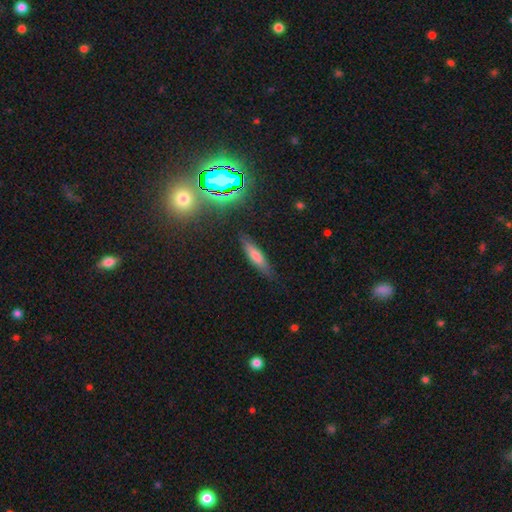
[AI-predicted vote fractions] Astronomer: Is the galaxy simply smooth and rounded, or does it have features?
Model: smooth — 63%.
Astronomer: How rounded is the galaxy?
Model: cigar-shaped — 72%.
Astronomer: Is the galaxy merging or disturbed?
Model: none — 82%.